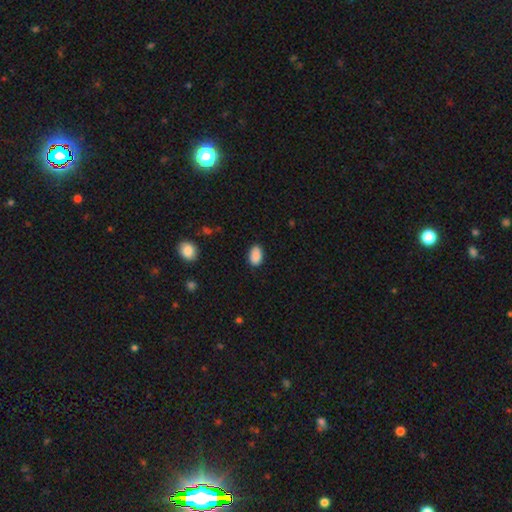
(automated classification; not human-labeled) smooth 90%, star or artifact 7%, featured or disk 3%. Down the decision tree: how rounded — in between (91%); merging — none (86%).